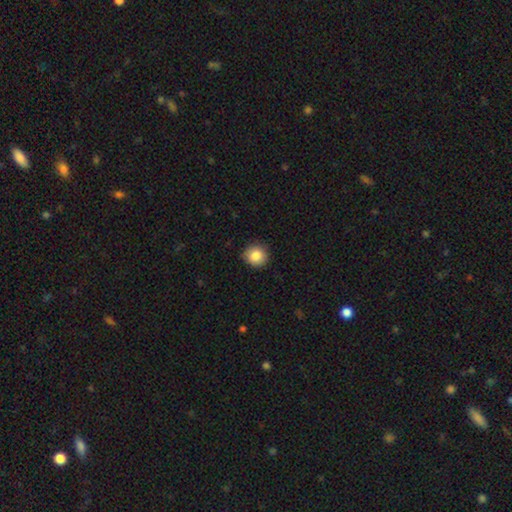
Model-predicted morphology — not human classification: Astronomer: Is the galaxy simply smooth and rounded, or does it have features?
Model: smooth — 85%.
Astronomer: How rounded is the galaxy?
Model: round — 92%.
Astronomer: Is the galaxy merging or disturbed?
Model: none — 88%.